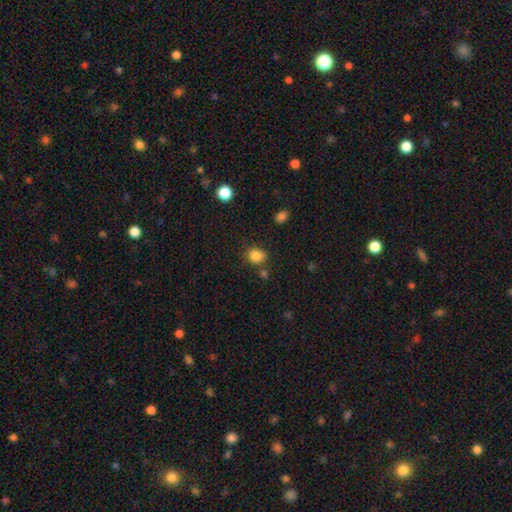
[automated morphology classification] A smooth galaxy with no disk features (84%) that is round (60%). Merging: none (67%).